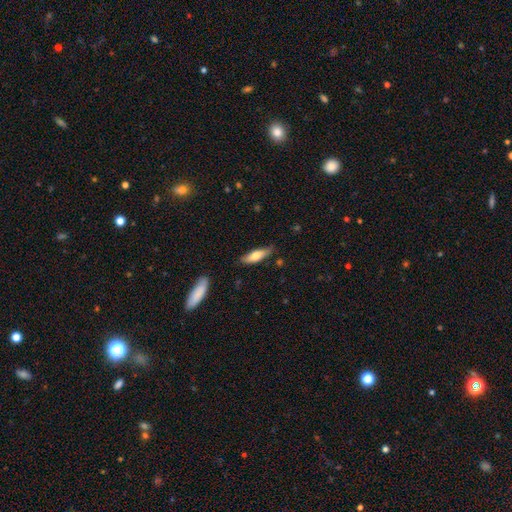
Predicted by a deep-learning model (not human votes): smooth-or-featured: smooth: 65% | featured or disk: 29% | star or artifact: 6%
  how-rounded: cigar-shaped: 57% | in between: 41% | round: 2%
  merging: none: 81% | minor disturbance: 14% | major disturbance: 2% | merger: 2%